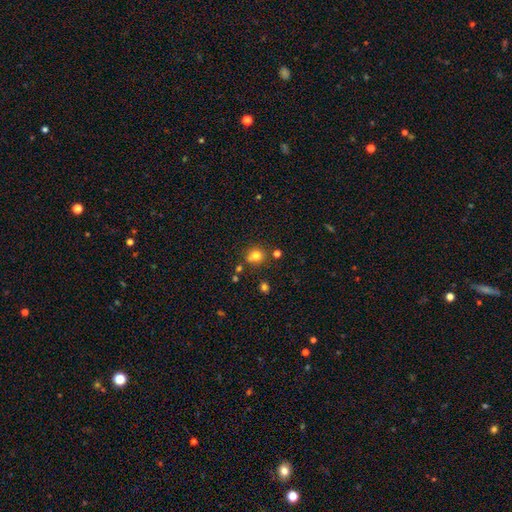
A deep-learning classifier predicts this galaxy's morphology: Smooth or featured: smooth — 77% (star or artifact — 15%)
How rounded: round — 85% (in between — 14%)
Merging: none — 73% (merger — 12%)